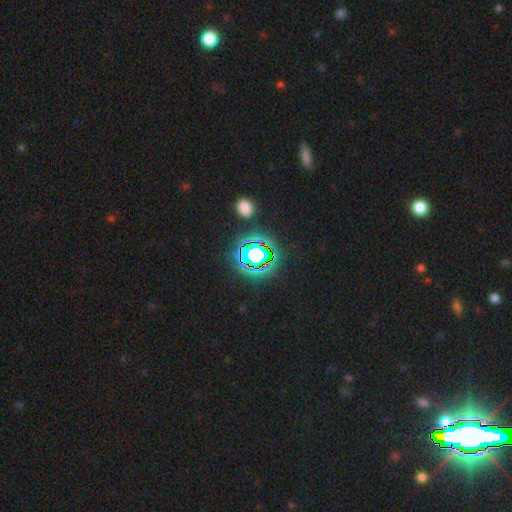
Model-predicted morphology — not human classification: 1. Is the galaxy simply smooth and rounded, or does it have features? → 71% star or artifact, 18% smooth, 11% featured or disk.